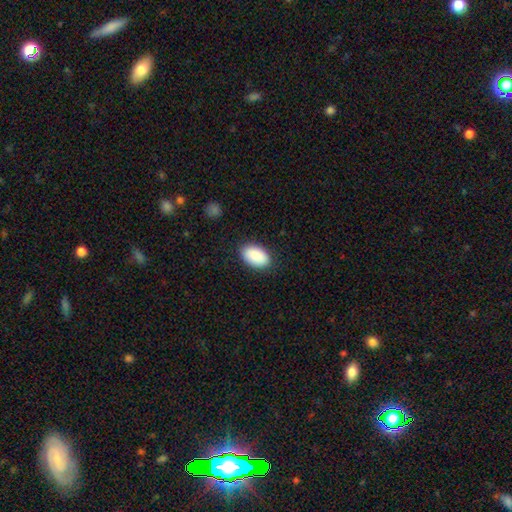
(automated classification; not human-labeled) Overall: smooth (90%). How rounded: in between (93%). Merging: none (87%).